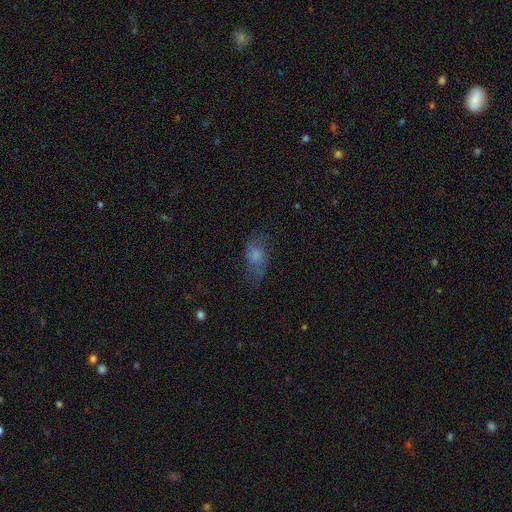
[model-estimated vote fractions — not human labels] Smooth or featured? Predicted: smooth (p=0.58). How rounded? Predicted: in between (p=0.80). Merging? Predicted: none (p=0.50).